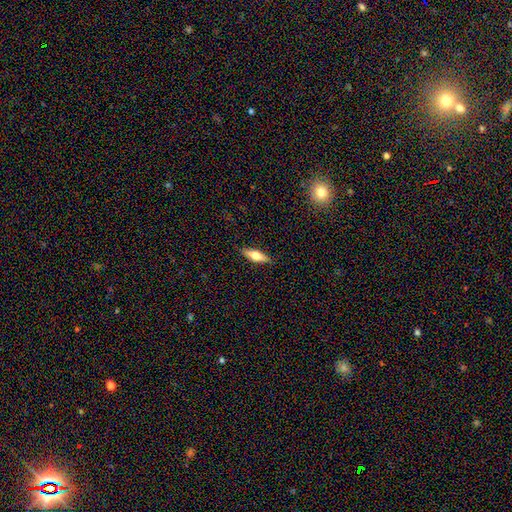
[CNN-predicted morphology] smooth-or-featured: smooth: 59% | featured or disk: 34% | star or artifact: 6%
  how-rounded: in between: 53% | cigar-shaped: 44% | round: 3%
  merging: none: 88% | minor disturbance: 9% | major disturbance: 2% | merger: 1%